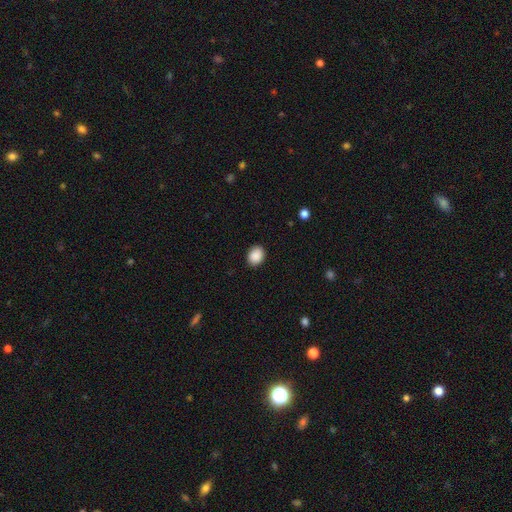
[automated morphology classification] The model was most divided on "how rounded": round: 51%, in between: 48%, cigar-shaped: 1%. More confident: smooth or featured — smooth (89%); merging — none (89%).